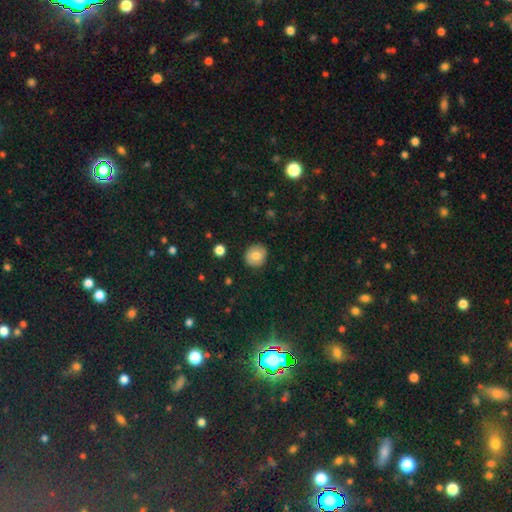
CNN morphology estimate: A smooth galaxy with no disk features (81%) that is round (85%). Merging: none (88%).